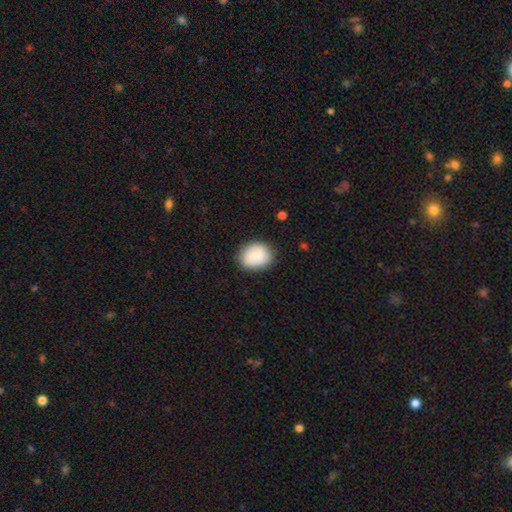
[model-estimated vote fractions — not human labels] The model was most divided on "how rounded": round: 50%, in between: 49%, cigar-shaped: 1%. More confident: smooth or featured — smooth (82%); merging — none (82%).